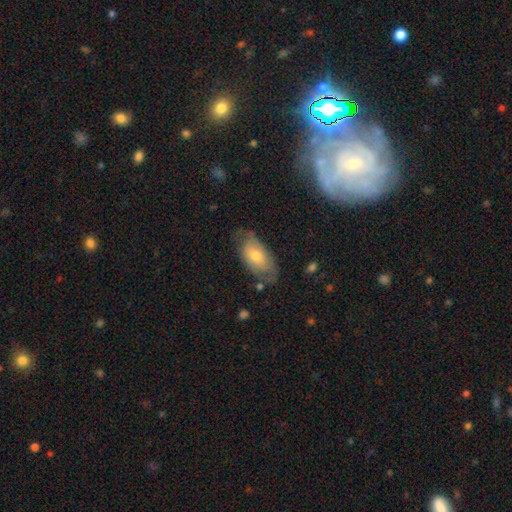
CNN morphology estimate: Q: Smooth or featured?
A: smooth (54%); runner-up: featured or disk (39%)
Q: How rounded?
A: in between (91%); runner-up: round (5%)
Q: Merging?
A: none (58%); runner-up: minor disturbance (28%)